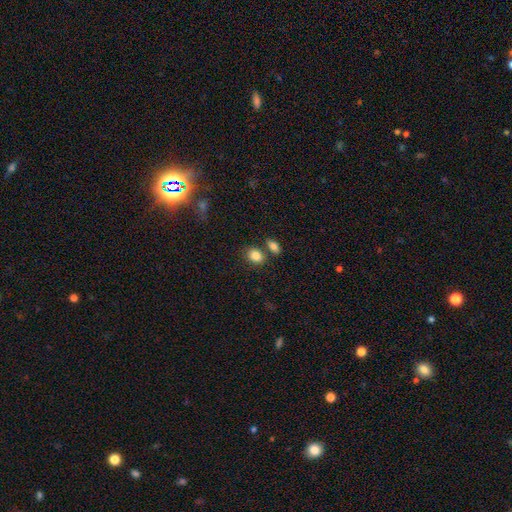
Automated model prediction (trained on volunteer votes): smooth 85%, star or artifact 9%, featured or disk 6%. Down the decision tree: how rounded — in between (69%); merging — none (64%).